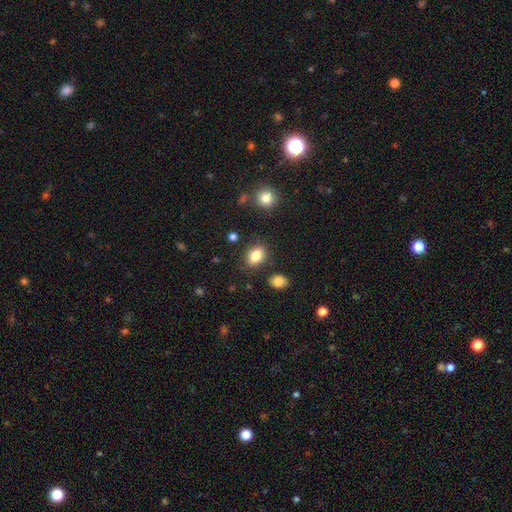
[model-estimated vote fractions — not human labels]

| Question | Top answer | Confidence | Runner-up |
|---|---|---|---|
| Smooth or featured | smooth | 84% | star or artifact (9%) |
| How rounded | in between | 78% | round (21%) |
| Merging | none | 83% | minor disturbance (10%) |